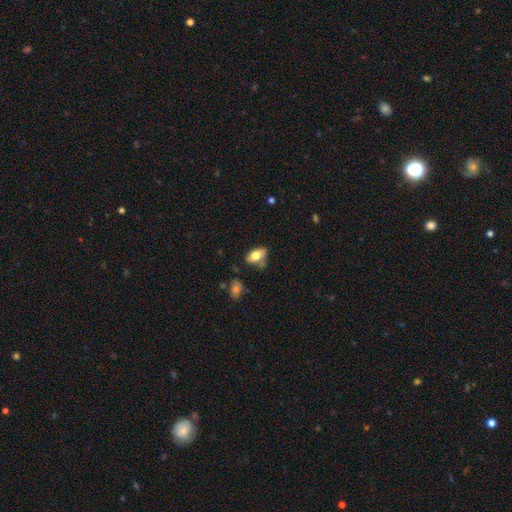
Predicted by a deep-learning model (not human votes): Smooth or featured: smooth — 74% (featured or disk — 18%)
How rounded: in between — 90% (round — 5%)
Merging: none — 59% (minor disturbance — 26%)